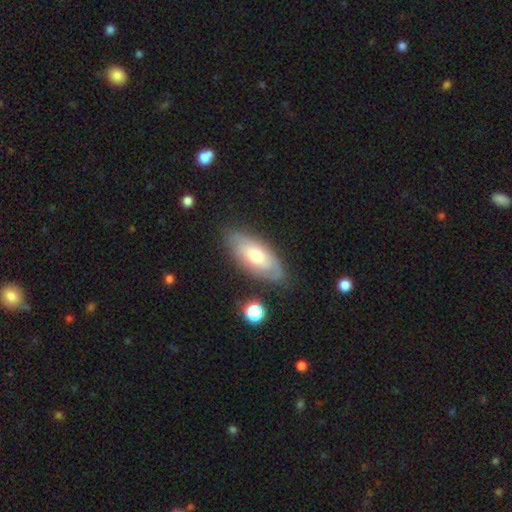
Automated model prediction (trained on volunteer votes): Overall: smooth (50%; featured or disk 43%). How rounded: in between (83%). Merging: none (78%).